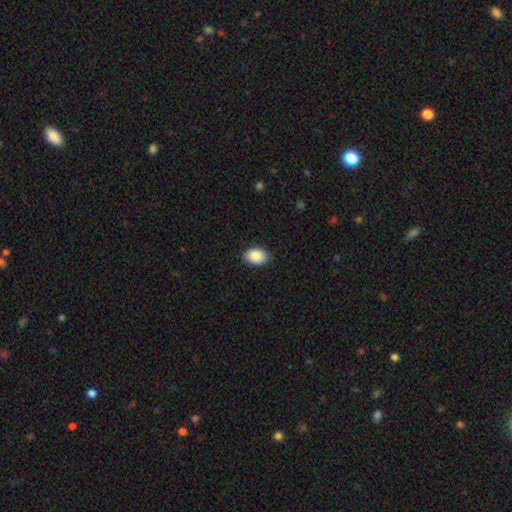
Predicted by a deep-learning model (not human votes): Overall: smooth (88%). How rounded: in between (76%). Merging: none (88%).